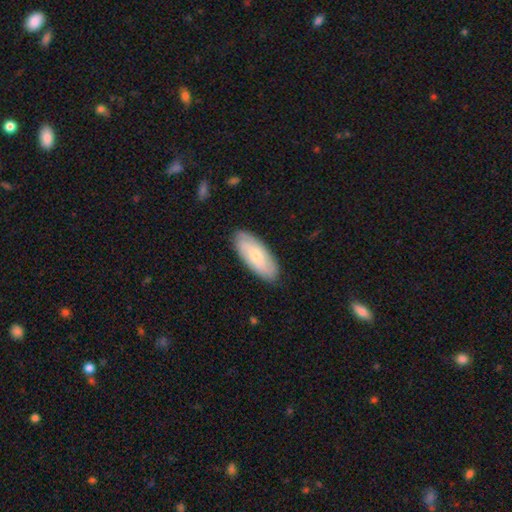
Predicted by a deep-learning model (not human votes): This is likely a smooth galaxy (62%). How rounded: clearly in between (82%). Merging: clearly none (87%).